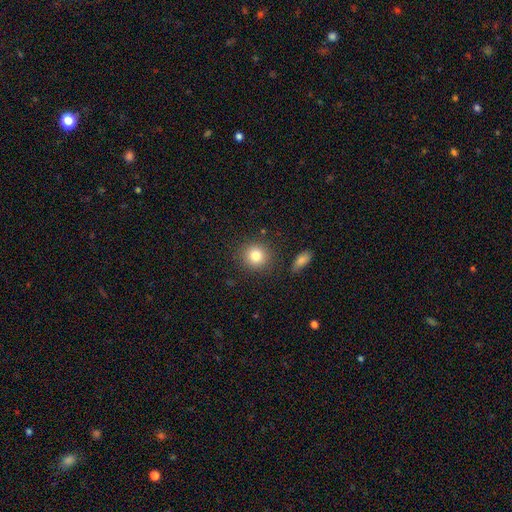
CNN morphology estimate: Overall: smooth (83%). How rounded: round (88%). Merging: none (86%).